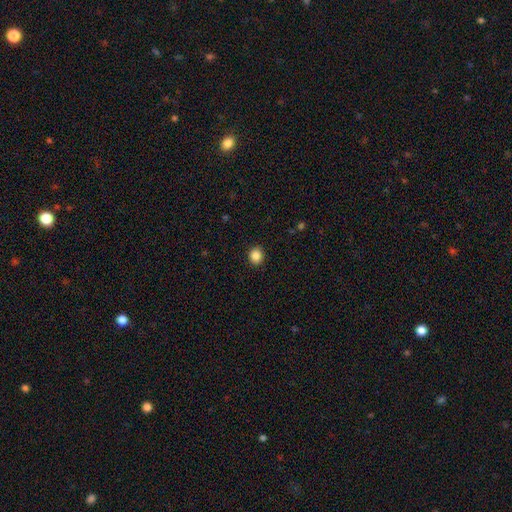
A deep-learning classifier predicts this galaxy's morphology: The model was most divided on "how rounded": round: 75%, in between: 24%, cigar-shaped: 1%. More confident: merging — none (91%); smooth or featured — smooth (87%).